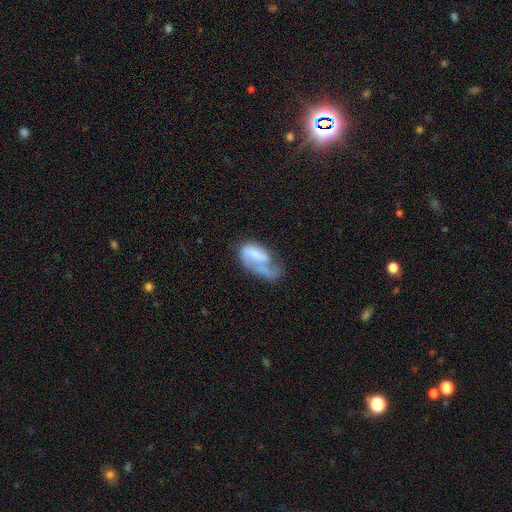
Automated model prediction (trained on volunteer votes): Overall: smooth (50%; featured or disk 43%). Merging: major disturbance (46%; minor disturbance 23%).